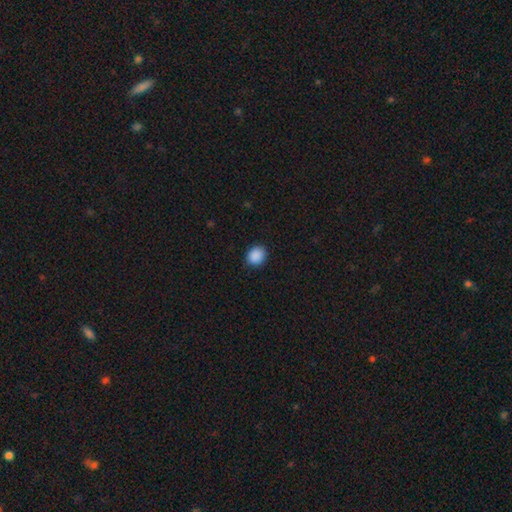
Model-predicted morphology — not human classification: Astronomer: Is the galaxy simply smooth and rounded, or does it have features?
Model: smooth — 89%.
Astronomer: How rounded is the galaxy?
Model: round — 70%.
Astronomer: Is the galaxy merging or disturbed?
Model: none — 88%.